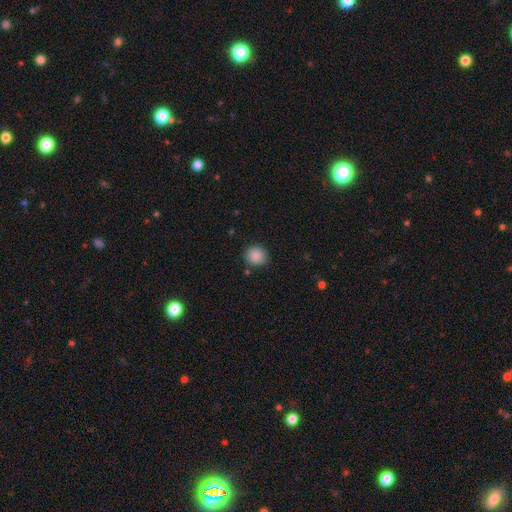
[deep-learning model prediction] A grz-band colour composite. It shows a smooth galaxy with no disk features (88%) that is round (88%). Merging: none (85%).